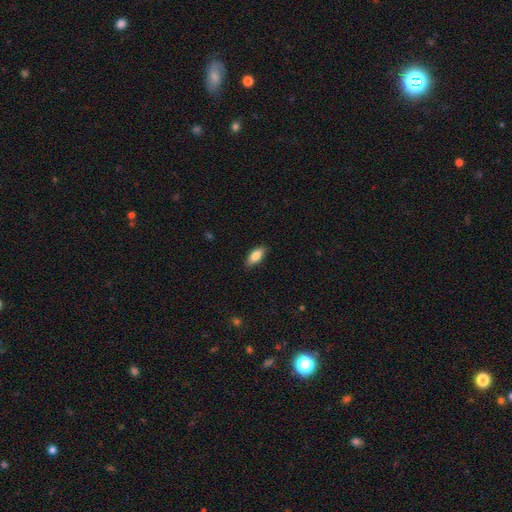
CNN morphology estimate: This appears to be a smooth galaxy with no disk features (83%) that is in between round and cigar-shaped (84%). Merging: none (86%).